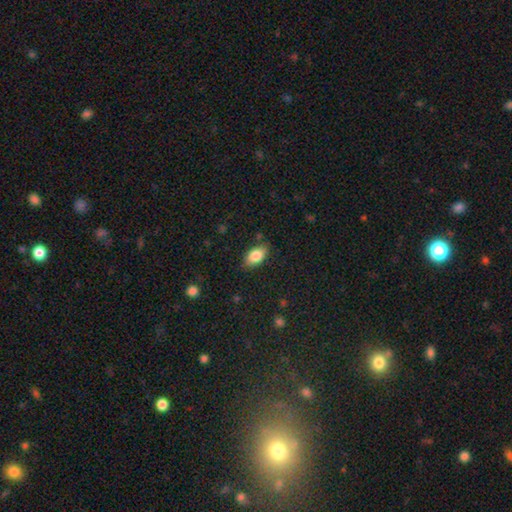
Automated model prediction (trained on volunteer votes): Morphology: type=smooth (83%); roundness=in between (91%); merging=none (82%).